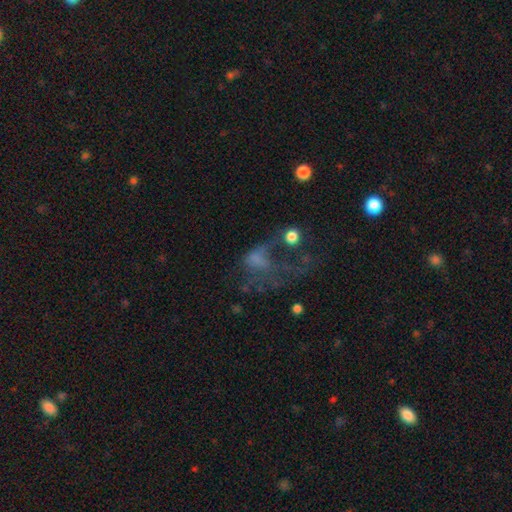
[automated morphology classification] smooth-or-featured: featured or disk: 40% | smooth: 36% | star or artifact: 24%
  merging: major disturbance: 55% | none: 21% | merger: 12% | minor disturbance: 12%